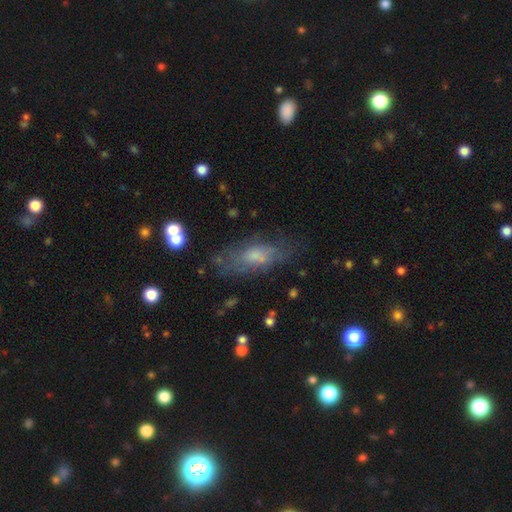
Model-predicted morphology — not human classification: type=smooth (49%); merging=none (65%).